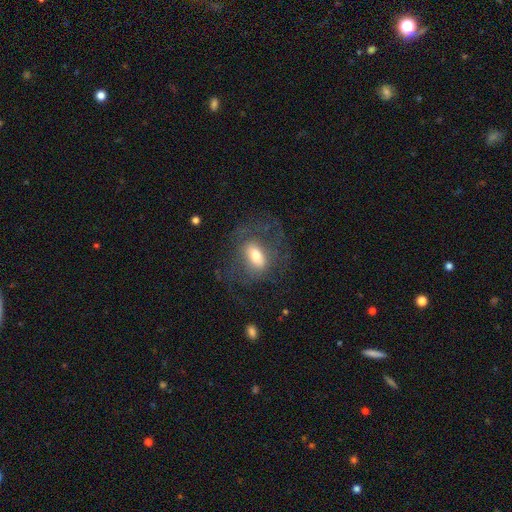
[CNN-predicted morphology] A featured or disk galaxy (48%). Merging: none (50%).